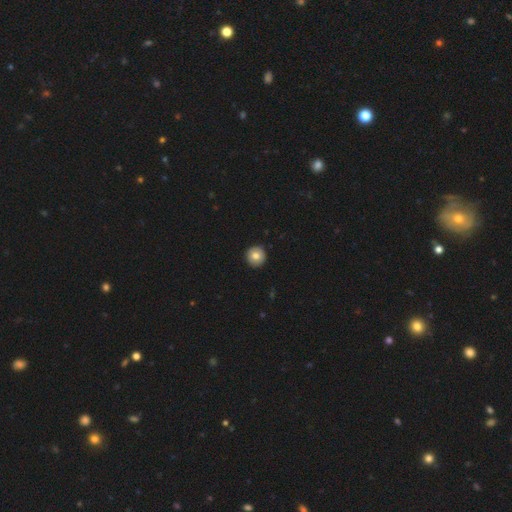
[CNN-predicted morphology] Smooth or featured?
  - smooth: 78% *
  - featured or disk: 14%
  - star or artifact: 8%
How rounded?
  - round: 96% *
  - in between: 3%
  - cigar-shaped: 1%
Merging?
  - none: 92% *
  - minor disturbance: 5%
  - major disturbance: 1%
  - merger: 1%